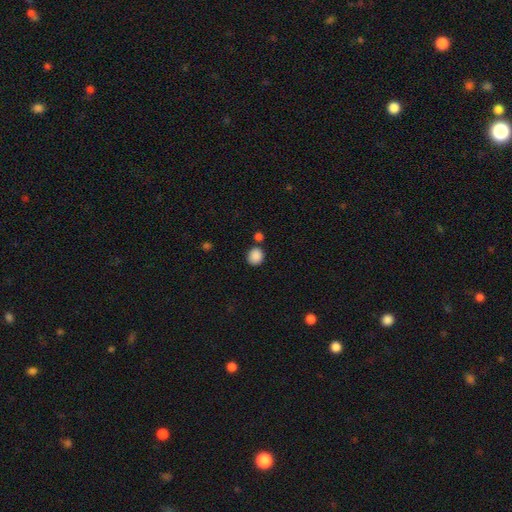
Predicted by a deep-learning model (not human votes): smooth_or_featured: smooth (p=0.88) [alt: star or artifact p=0.09]
how_rounded: round (p=0.78) [alt: in between p=0.21]
merging: none (p=0.76) [alt: minor disturbance p=0.11]